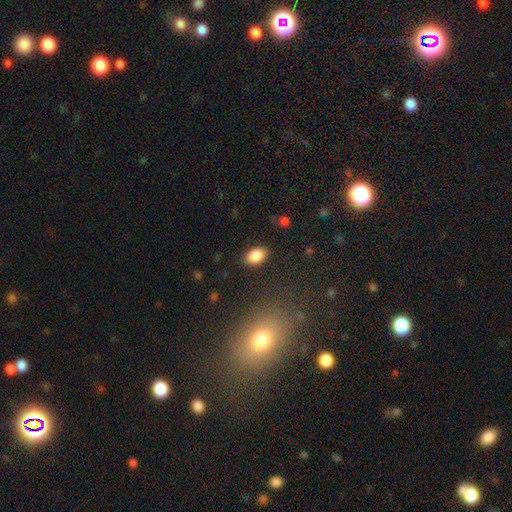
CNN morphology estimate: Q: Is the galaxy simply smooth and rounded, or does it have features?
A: smooth — 87%.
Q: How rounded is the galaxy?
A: in between — 90%.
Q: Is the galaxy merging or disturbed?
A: none — 87%.